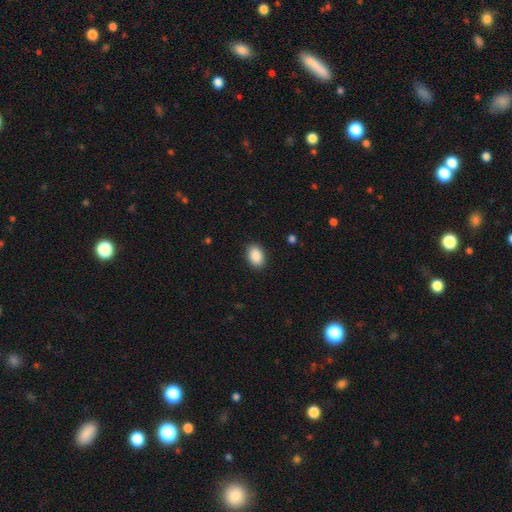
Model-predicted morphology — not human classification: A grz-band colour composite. It shows a smooth galaxy with no disk features (90%) that is in between round and cigar-shaped (86%). Merging: none (89%).